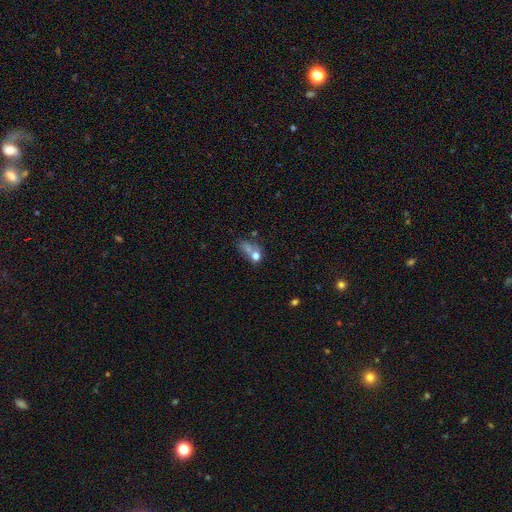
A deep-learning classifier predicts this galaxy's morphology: Smooth or featured? smooth (64%)
How rounded? in between (50%)
Merging? merger (44%)